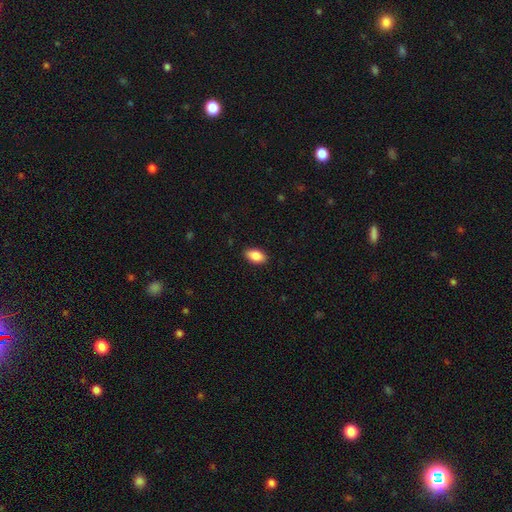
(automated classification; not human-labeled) The model was most divided on "smooth or featured": smooth: 88%, star or artifact: 7%, featured or disk: 5%. More confident: how rounded — in between (93%); merging — none (89%).